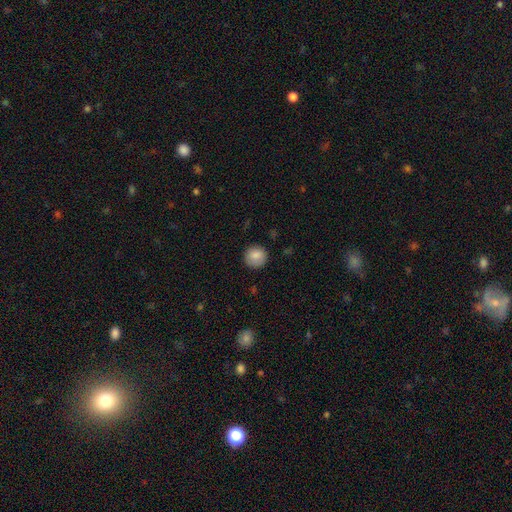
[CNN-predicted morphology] The model was most divided on "smooth or featured": smooth: 87%, star or artifact: 8%, featured or disk: 5%. More confident: how rounded — round (93%); merging — none (89%).